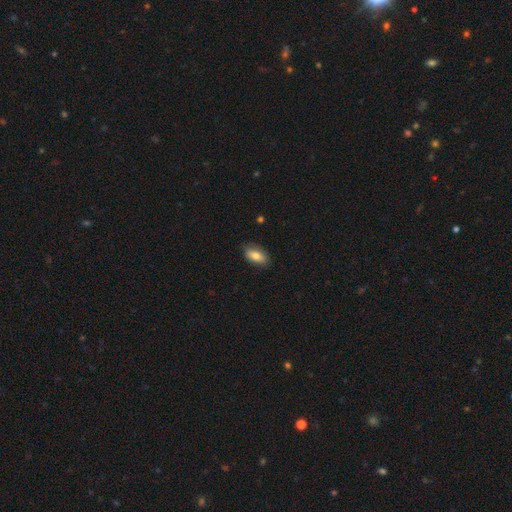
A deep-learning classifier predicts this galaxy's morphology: This appears to be a smooth galaxy with no disk features (76%) that is in between round and cigar-shaped (89%). Merging: none (79%).